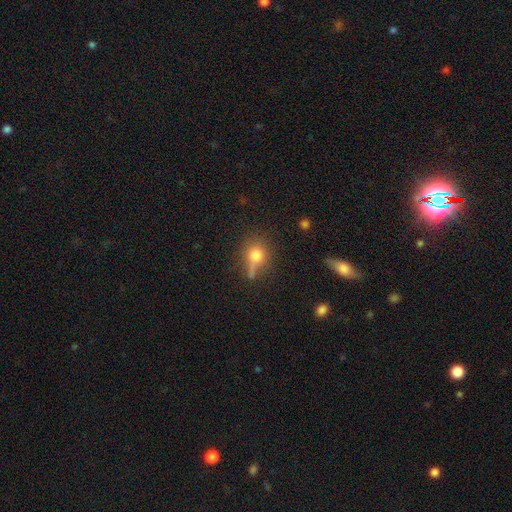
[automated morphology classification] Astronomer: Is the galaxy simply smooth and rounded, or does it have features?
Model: smooth — 72%.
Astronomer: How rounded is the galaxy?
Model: round — 69%.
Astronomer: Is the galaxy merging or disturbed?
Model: none — 49%.